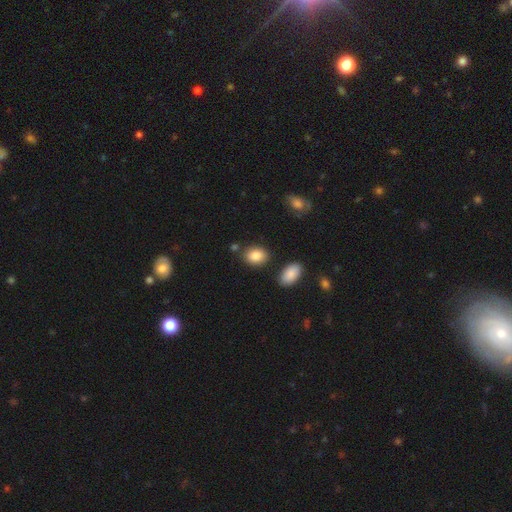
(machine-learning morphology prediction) Q: Smooth or featured?
A: smooth (86%); runner-up: star or artifact (8%)
Q: How rounded?
A: in between (69%); runner-up: round (30%)
Q: Merging?
A: none (80%); runner-up: minor disturbance (11%)